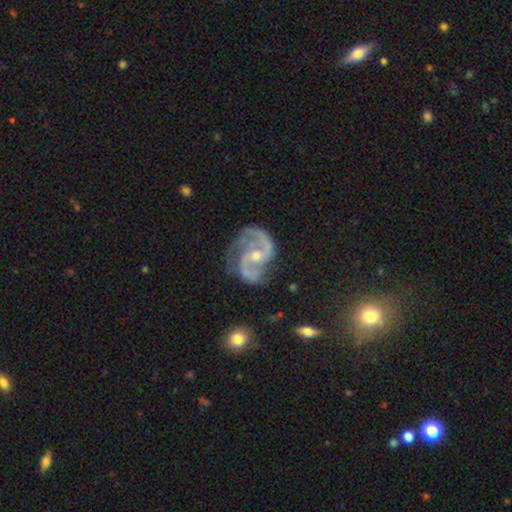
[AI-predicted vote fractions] featured or disk 91%, star or artifact 5%, smooth 4%. Down the decision tree: edge-on disk — no (98%); bar — no (53%); spiral arms — yes (98%); spiral arm count — 2 (77%); spiral winding — medium (57%); bulge size — small (53%); merging — none (61%).